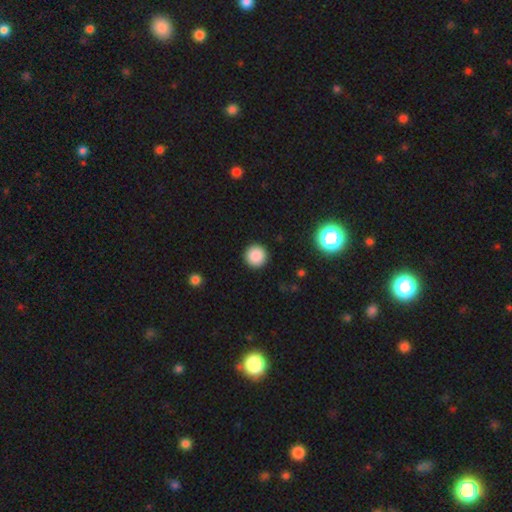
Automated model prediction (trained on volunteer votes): smooth 86%, star or artifact 11%, featured or disk 3%. Down the decision tree: how rounded — round (96%); merging — none (92%).